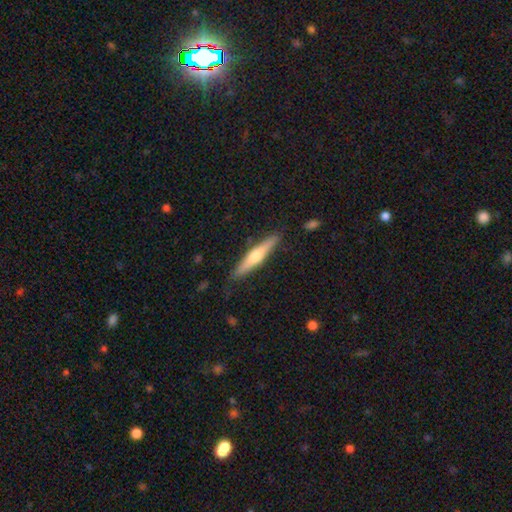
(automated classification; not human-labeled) Smooth or featured? Predicted: featured or disk (p=0.52). Edge-on disk? Predicted: yes (p=0.95). Merging? Predicted: none (p=0.87).